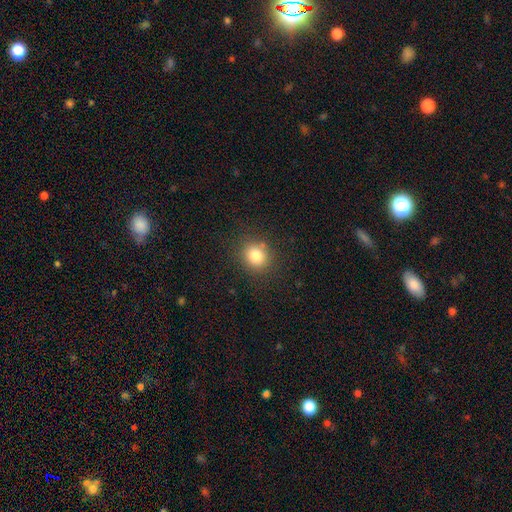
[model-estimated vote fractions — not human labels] smooth_or_featured: smooth (p=0.80) [alt: star or artifact p=0.12]
how_rounded: round (p=0.79) [alt: in between p=0.20]
merging: none (p=0.84) [alt: minor disturbance p=0.10]